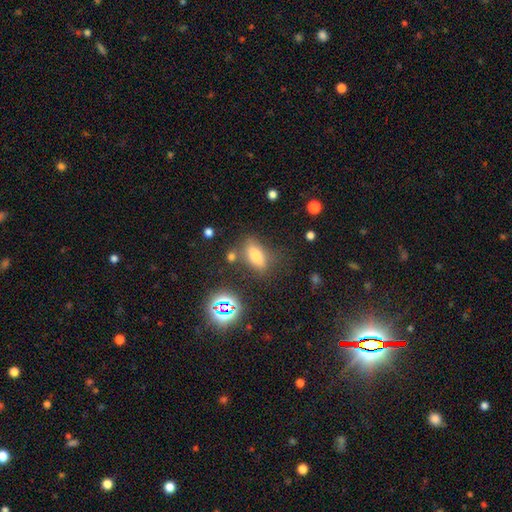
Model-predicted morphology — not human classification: smooth-or-featured: smooth: 64% | star or artifact: 21% | featured or disk: 15%
  how-rounded: in between: 73% | cigar-shaped: 18% | round: 9%
  merging: none: 68% | minor disturbance: 17% | merger: 7% | major disturbance: 7%